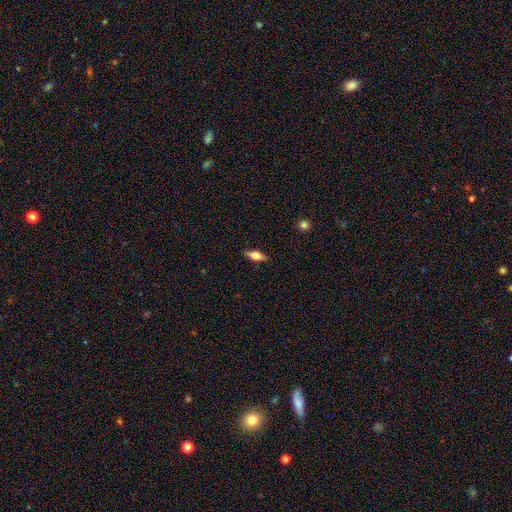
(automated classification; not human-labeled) This appears to be a smooth galaxy with no disk features (51%) that is in between round and cigar-shaped (69%). Merging: none (87%).